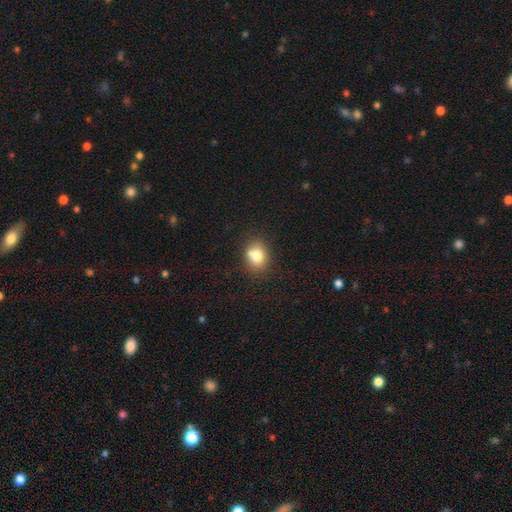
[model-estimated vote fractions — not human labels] smooth 77%, featured or disk 12%, star or artifact 11%. Down the decision tree: how rounded — round (62%); merging — none (65%).